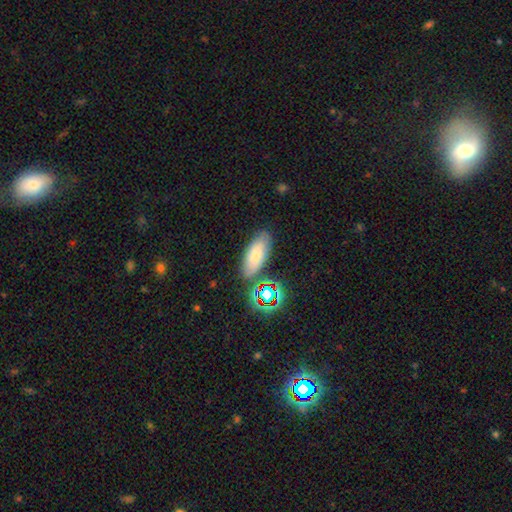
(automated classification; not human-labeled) The model was most divided on "smooth or featured": smooth: 70%, star or artifact: 15%, featured or disk: 15%. More confident: how rounded — in between (81%); merging — none (77%).